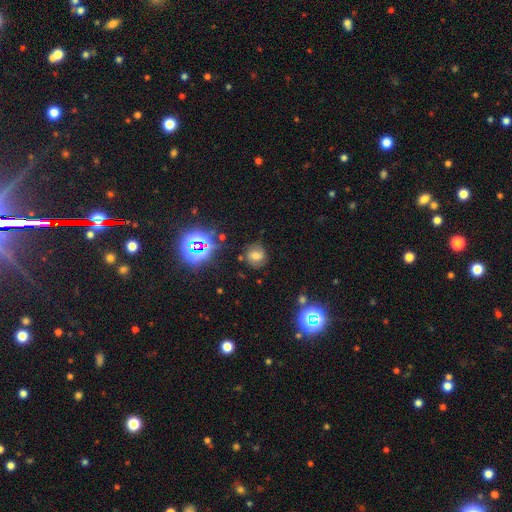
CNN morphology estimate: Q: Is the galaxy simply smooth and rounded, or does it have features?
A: smooth — 46%.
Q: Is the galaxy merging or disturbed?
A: none — 77%.